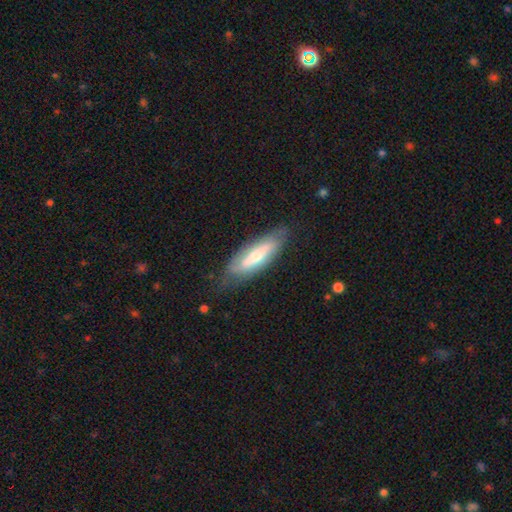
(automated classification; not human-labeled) Smooth or featured?
  - featured or disk: 52% *
  - smooth: 42%
  - star or artifact: 6%
Edge-on disk?
  - no: 63% *
  - yes: 37%
Merging?
  - none: 71% *
  - minor disturbance: 21%
  - major disturbance: 7%
  - merger: 2%